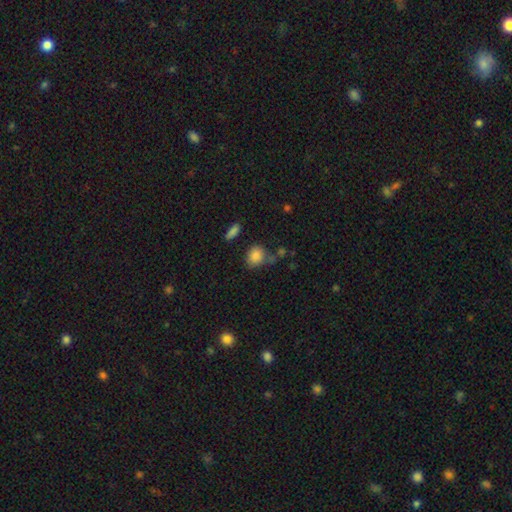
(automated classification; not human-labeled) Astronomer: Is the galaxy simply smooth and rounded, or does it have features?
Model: smooth — 85%.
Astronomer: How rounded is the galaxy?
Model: round — 58% (runner-up: in between, 40%).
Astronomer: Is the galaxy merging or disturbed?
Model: none — 63%.